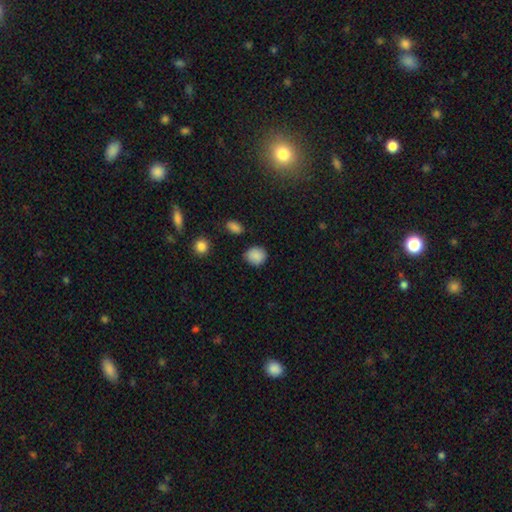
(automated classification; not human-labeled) Smooth or featured?
  - smooth: 87% *
  - star or artifact: 9%
  - featured or disk: 4%
How rounded?
  - round: 80% *
  - in between: 19%
  - cigar-shaped: 1%
Merging?
  - none: 83% *
  - minor disturbance: 12%
  - major disturbance: 3%
  - merger: 2%